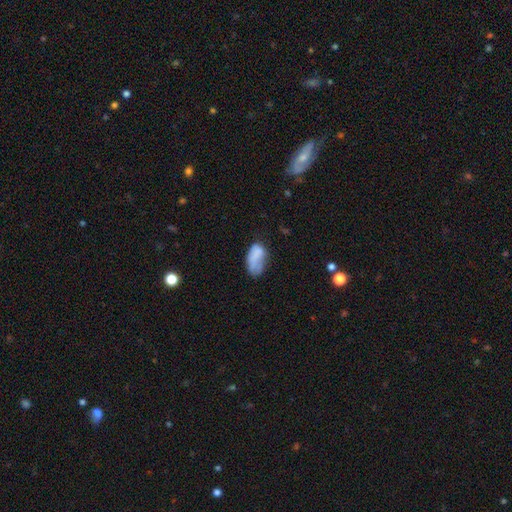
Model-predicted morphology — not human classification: Smooth or featured?
  - smooth: 74% *
  - featured or disk: 17%
  - star or artifact: 8%
How rounded?
  - in between: 93% *
  - round: 4%
  - cigar-shaped: 2%
Merging?
  - none: 37% *
  - minor disturbance: 34%
  - major disturbance: 23%
  - merger: 6%